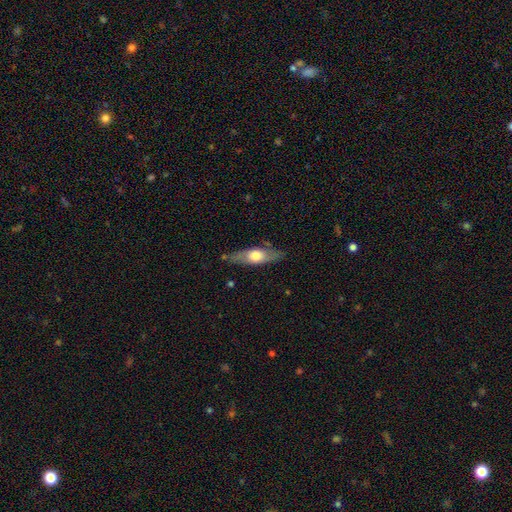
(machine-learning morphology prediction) smooth-or-featured: featured or disk: 48% | smooth: 46% | star or artifact: 5%
  merging: none: 77% | minor disturbance: 17% | major disturbance: 4% | merger: 3%